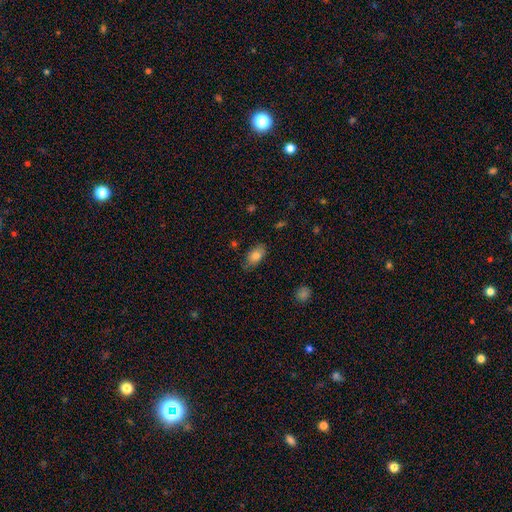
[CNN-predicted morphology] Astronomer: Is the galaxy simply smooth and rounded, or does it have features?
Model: smooth — 80%.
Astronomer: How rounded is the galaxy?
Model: in between — 90%.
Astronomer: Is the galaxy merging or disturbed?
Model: none — 77%.